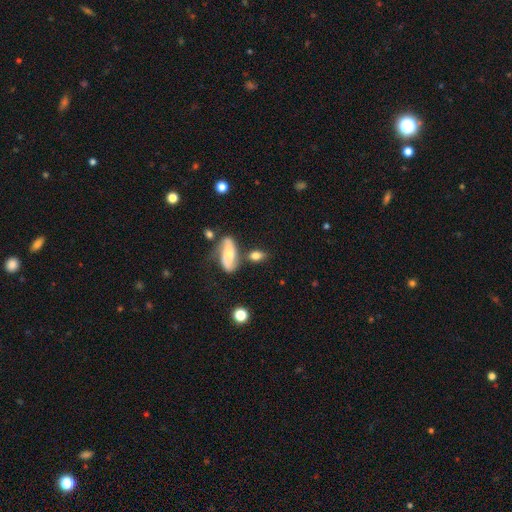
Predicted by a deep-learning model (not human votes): Smooth or featured? Predicted: smooth (p=0.67). How rounded? Predicted: in between (p=0.72). Merging? Predicted: none (p=0.59).